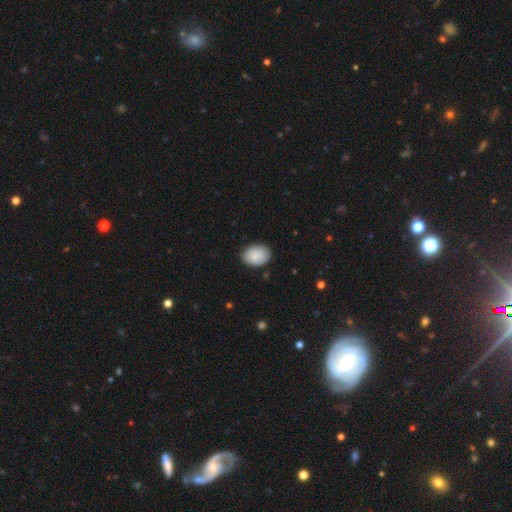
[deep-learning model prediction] Overall: smooth (88%). How rounded: in between (80%). Merging: none (85%).